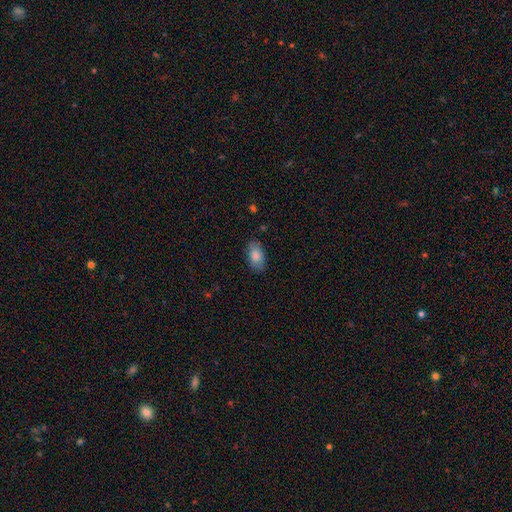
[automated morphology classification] Smooth or featured? smooth (84%)
How rounded? in between (93%)
Merging? none (84%)